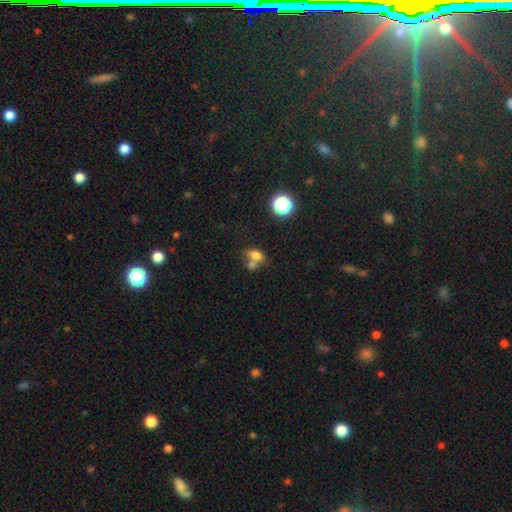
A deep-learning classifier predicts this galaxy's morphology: A smooth galaxy with no disk features (73%) that is in between round and cigar-shaped (70%).

Vote fractions:
- Smooth or featured? smooth: 73% / star or artifact: 14% / featured or disk: 13%
- How rounded? in between: 70% / round: 28% / cigar-shaped: 3%
- Merging? merger: 50% / none: 33% / minor disturbance: 11% / major disturbance: 6%